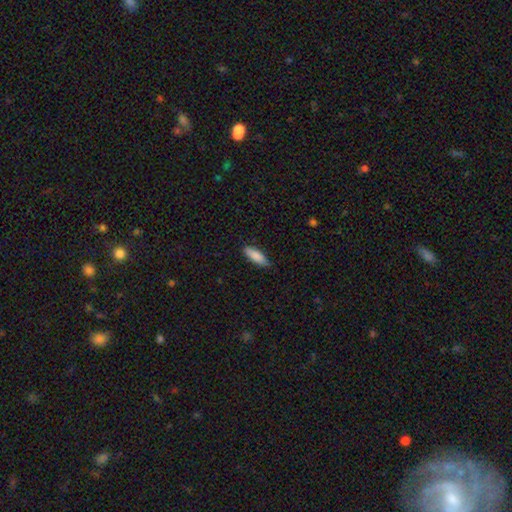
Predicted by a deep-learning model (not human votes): Smooth or featured? smooth (87%)
How rounded? in between (64%)
Merging? none (79%)